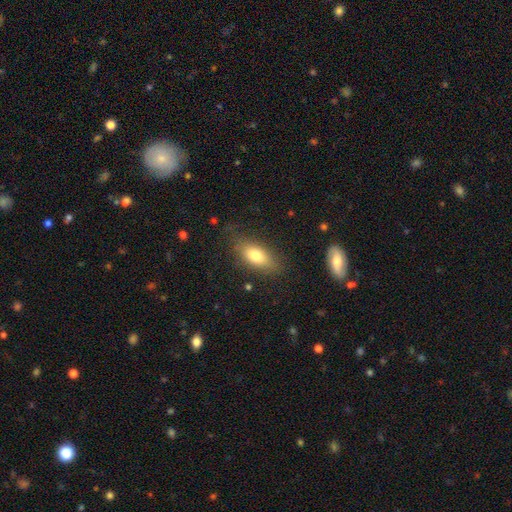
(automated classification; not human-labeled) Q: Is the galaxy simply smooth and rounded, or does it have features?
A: smooth — 76%.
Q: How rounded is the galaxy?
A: in between — 84%.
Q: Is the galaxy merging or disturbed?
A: none — 74%.